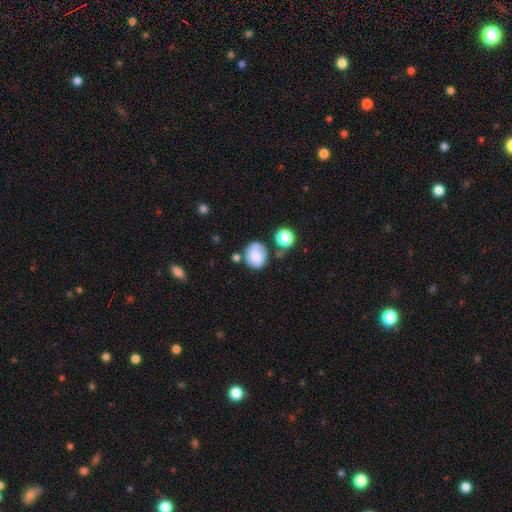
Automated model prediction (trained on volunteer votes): Morphology: type=smooth (73%); roundness=round (75%); merging=none (51%).